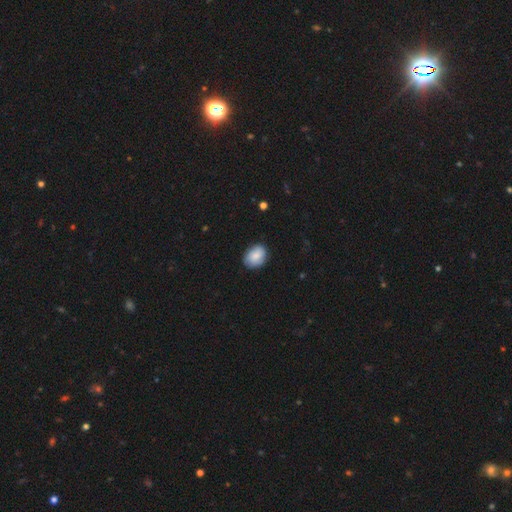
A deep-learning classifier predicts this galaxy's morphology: Smooth or featured: smooth — 80% (featured or disk — 13%)
How rounded: in between — 59% (round — 40%)
Merging: none — 80% (minor disturbance — 16%)